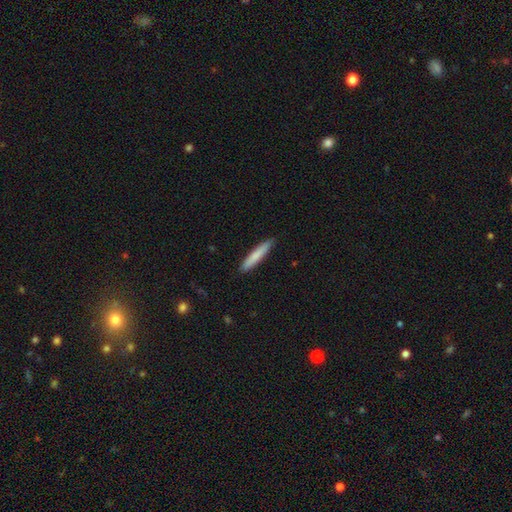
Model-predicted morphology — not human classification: smooth-or-featured: smooth: 78% | featured or disk: 16% | star or artifact: 5%
  how-rounded: cigar-shaped: 93% | in between: 6% | round: 1%
  merging: none: 88% | minor disturbance: 9% | major disturbance: 1% | merger: 1%